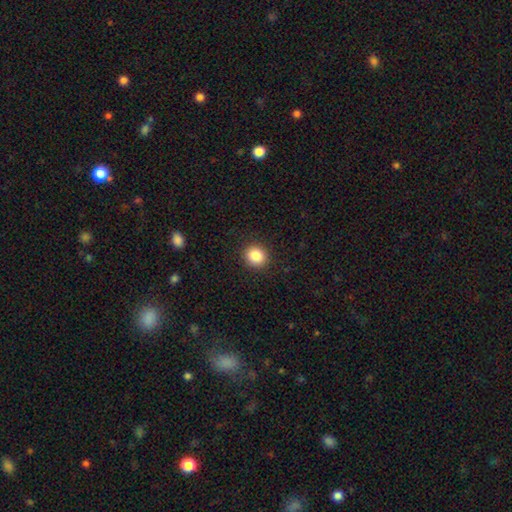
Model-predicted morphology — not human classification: smooth 87%, star or artifact 9%, featured or disk 4%. Down the decision tree: how rounded — round (81%); merging — none (91%).